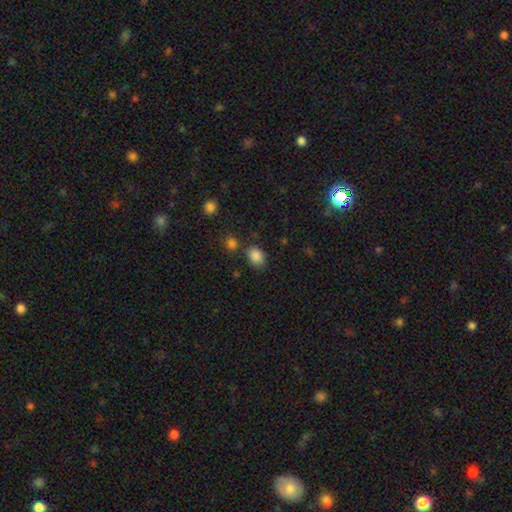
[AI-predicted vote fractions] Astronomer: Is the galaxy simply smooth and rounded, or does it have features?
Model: smooth — 86%.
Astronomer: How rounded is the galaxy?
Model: in between — 69%.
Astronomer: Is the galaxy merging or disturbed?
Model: none — 74%.